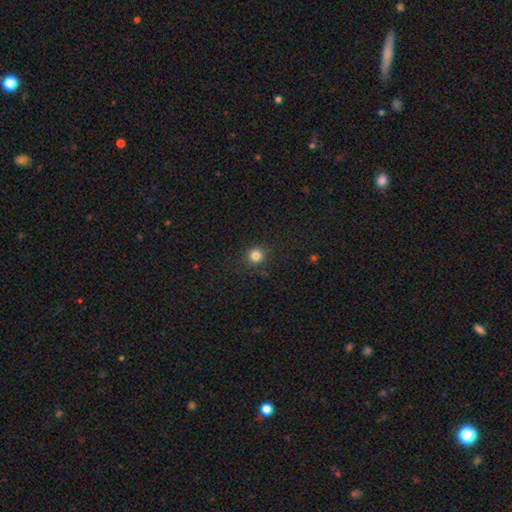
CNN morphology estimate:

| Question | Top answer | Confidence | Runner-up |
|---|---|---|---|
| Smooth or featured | smooth | 82% | star or artifact (13%) |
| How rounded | round | 91% | in between (8%) |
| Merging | none | 87% | minor disturbance (9%) |